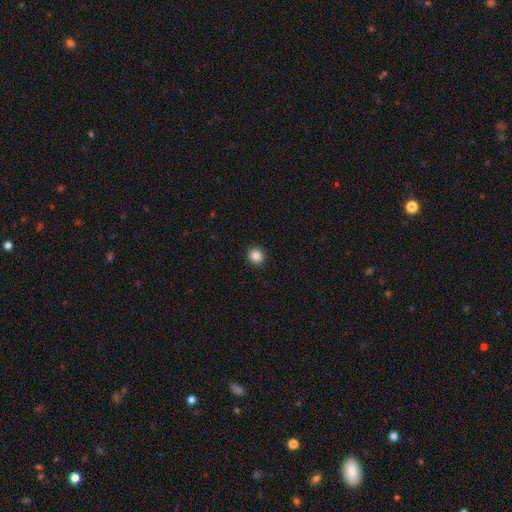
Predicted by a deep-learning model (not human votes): Morphology: type=smooth (86%); roundness=round (83%); merging=none (93%).